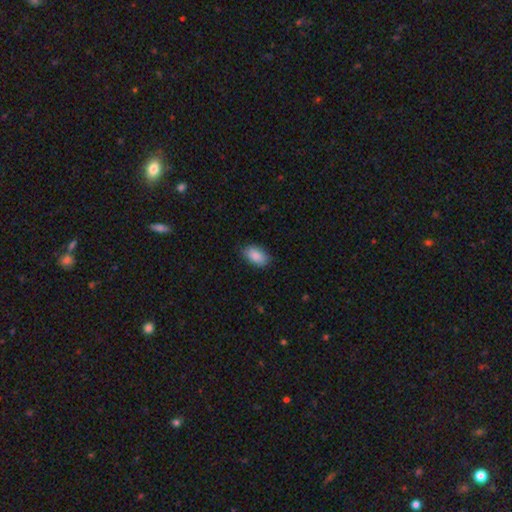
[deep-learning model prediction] Overall: smooth (88%). How rounded: in between (93%). Merging: none (83%).